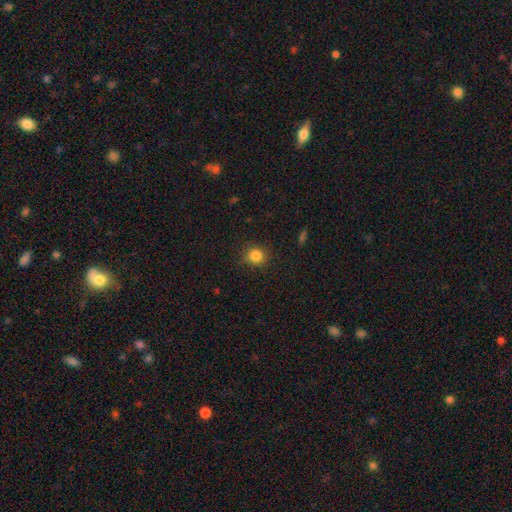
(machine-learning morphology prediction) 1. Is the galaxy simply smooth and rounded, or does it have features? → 83% smooth, 12% star or artifact, 5% featured or disk.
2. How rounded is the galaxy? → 86% round, 13% in between, 1% cigar-shaped.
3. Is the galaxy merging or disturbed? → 82% none, 14% minor disturbance, 3% major disturbance, 1% merger.